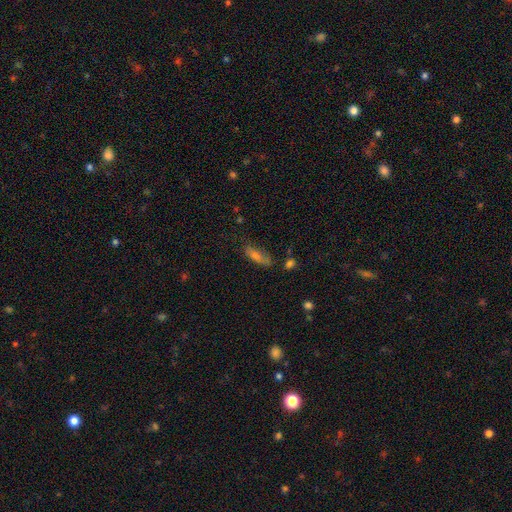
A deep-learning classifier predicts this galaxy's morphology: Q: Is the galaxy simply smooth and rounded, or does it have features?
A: smooth — 61%.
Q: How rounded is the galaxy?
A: in between — 53%.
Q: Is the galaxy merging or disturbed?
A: none — 70%.